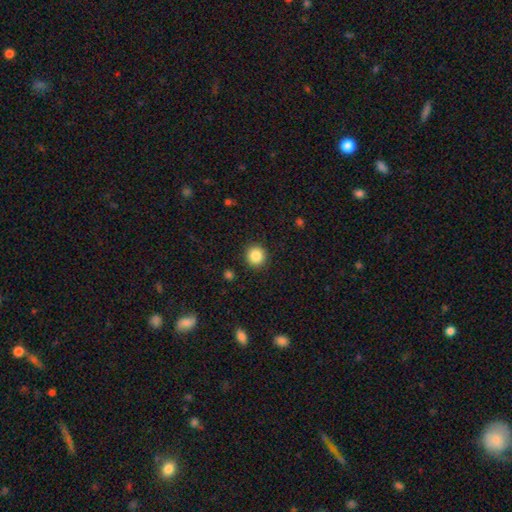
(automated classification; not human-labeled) Smooth or featured: smooth — 86% (star or artifact — 10%)
How rounded: round — 94% (in between — 5%)
Merging: none — 92% (minor disturbance — 5%)